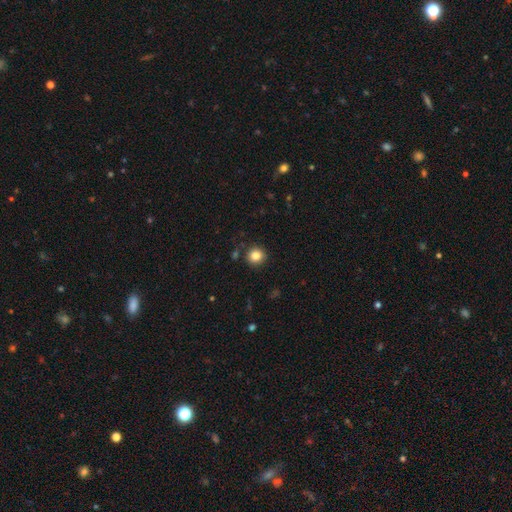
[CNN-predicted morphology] A smooth galaxy with no disk features (83%) that is round (91%). Merging: none (88%).